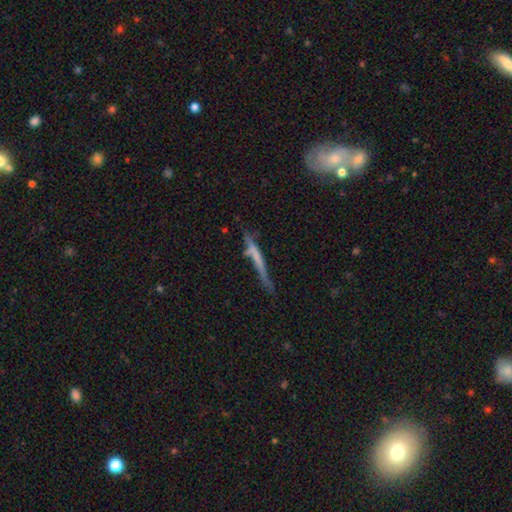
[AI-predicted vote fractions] Overall: smooth (46%; featured or disk 45%). Merging: none (55%; minor disturbance 25%).